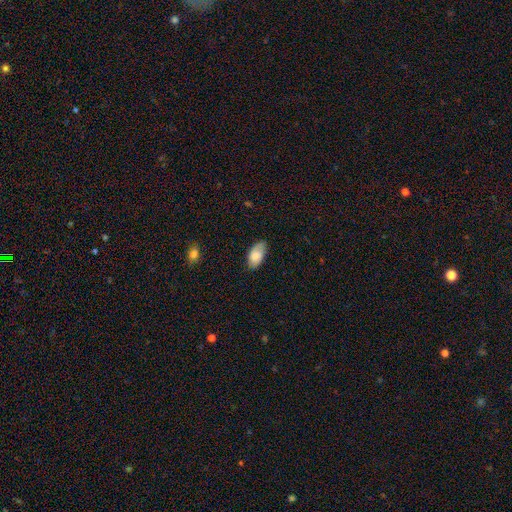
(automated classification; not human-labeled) smooth_or_featured: smooth (p=0.78) [alt: featured or disk p=0.15]
how_rounded: in between (p=0.94) [alt: round p=0.03]
merging: none (p=0.69) [alt: minor disturbance p=0.25]